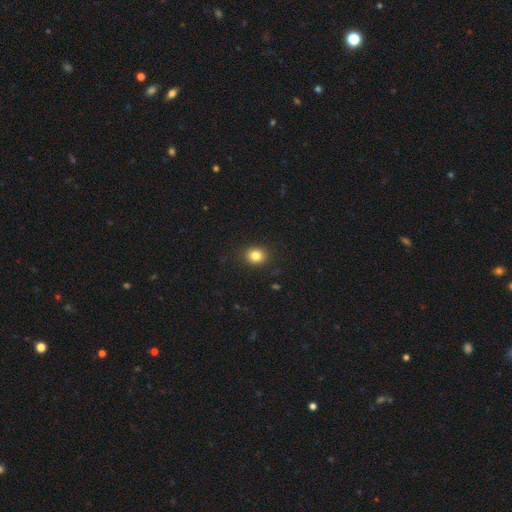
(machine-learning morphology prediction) This appears to be a smooth galaxy with no disk features (82%) that is round (73%). Merging: none (89%).